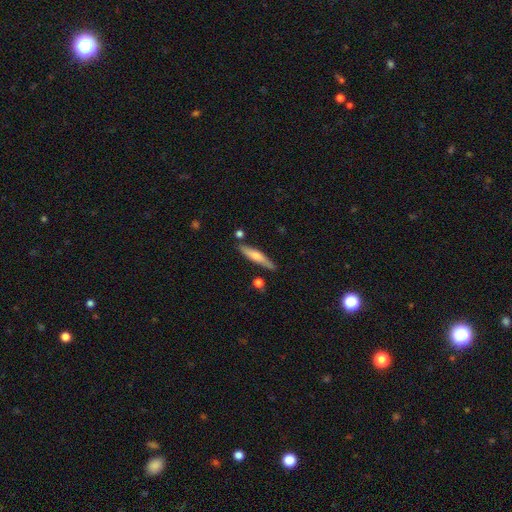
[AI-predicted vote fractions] A smooth galaxy with no disk features (58%) that is cigar-shaped (87%).

Vote fractions:
- Smooth or featured? smooth: 58% / featured or disk: 36% / star or artifact: 6%
- How rounded? cigar-shaped: 87% / in between: 12% / round: 2%
- Merging? none: 81% / minor disturbance: 12% / merger: 5% / major disturbance: 2%